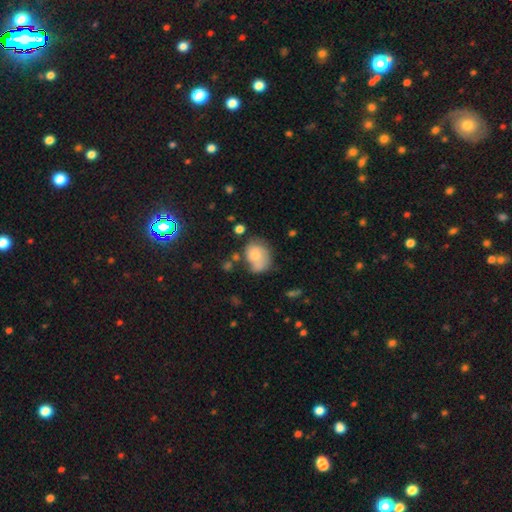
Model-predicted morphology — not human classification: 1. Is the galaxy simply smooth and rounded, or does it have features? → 70% smooth, 21% featured or disk, 9% star or artifact.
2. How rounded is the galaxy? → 55% in between, 44% round, 1% cigar-shaped.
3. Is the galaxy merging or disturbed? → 43% none, 29% minor disturbance, 14% merger, 14% major disturbance.